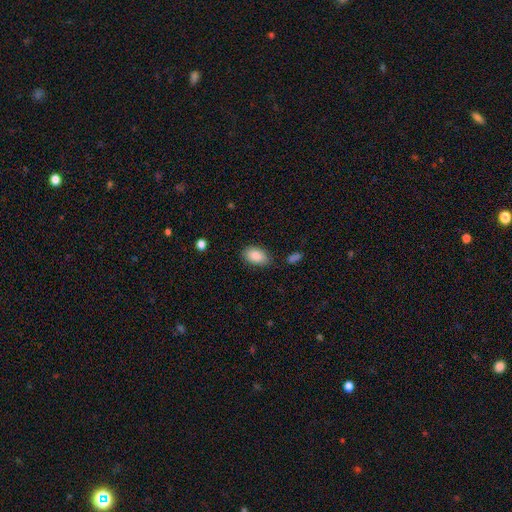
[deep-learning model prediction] smooth-or-featured: smooth: 87% | star or artifact: 7% | featured or disk: 5%
  how-rounded: in between: 90% | round: 8% | cigar-shaped: 1%
  merging: none: 78% | minor disturbance: 16% | major disturbance: 4% | merger: 3%